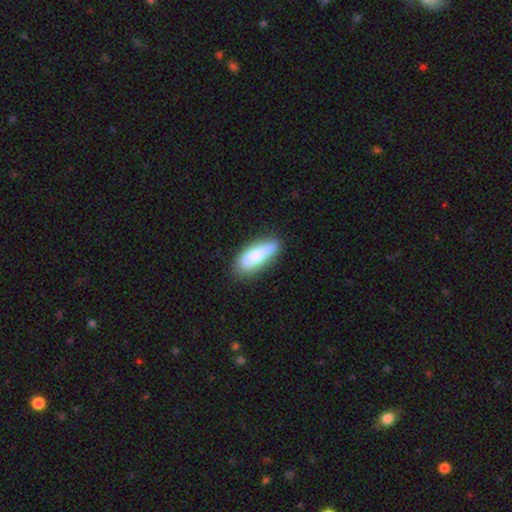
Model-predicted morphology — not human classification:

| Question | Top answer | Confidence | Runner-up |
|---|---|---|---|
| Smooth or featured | smooth | 71% | featured or disk (22%) |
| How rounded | cigar-shaped | 53% | in between (45%) |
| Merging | none | 71% | minor disturbance (20%) |